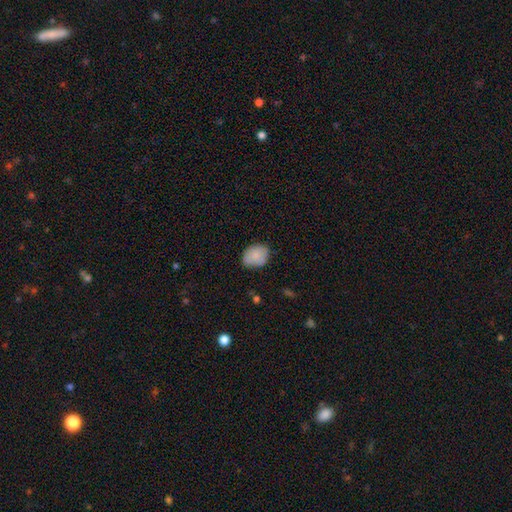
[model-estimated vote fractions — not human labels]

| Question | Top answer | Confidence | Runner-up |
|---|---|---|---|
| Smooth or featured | smooth | 83% | featured or disk (9%) |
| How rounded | in between | 58% | round (41%) |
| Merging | none | 72% | minor disturbance (23%) |